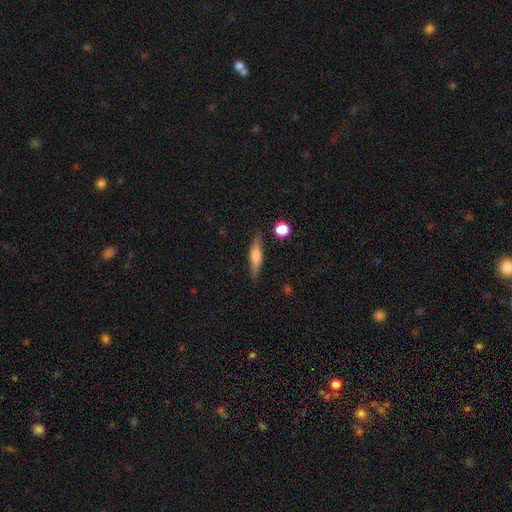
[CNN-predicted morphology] Smooth or featured? Predicted: featured or disk (p=0.48). Merging? Predicted: none (p=0.82).